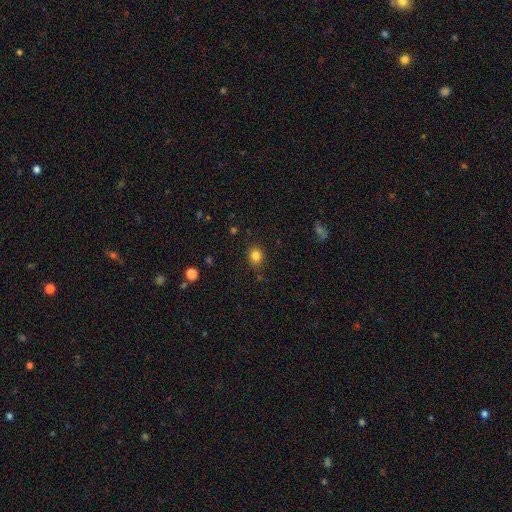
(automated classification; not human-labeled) Smooth or featured? smooth (83%)
How rounded? round (64%)
Merging? none (82%)